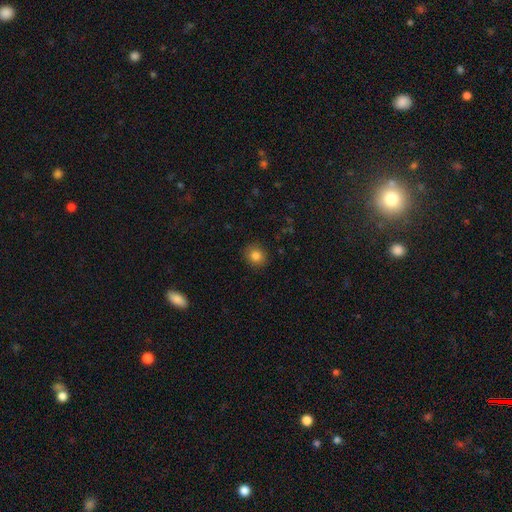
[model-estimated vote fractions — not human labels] Overall: smooth (83%). How rounded: round (83%). Merging: none (89%).